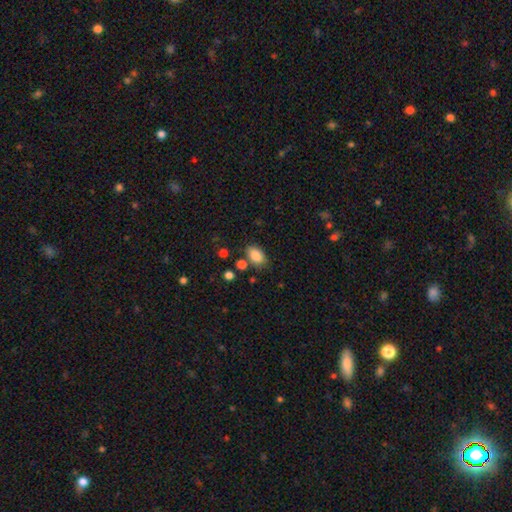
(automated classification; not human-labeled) Q: Smooth or featured?
A: smooth (87%); runner-up: star or artifact (8%)
Q: How rounded?
A: in between (88%); runner-up: round (10%)
Q: Merging?
A: none (75%); runner-up: minor disturbance (15%)